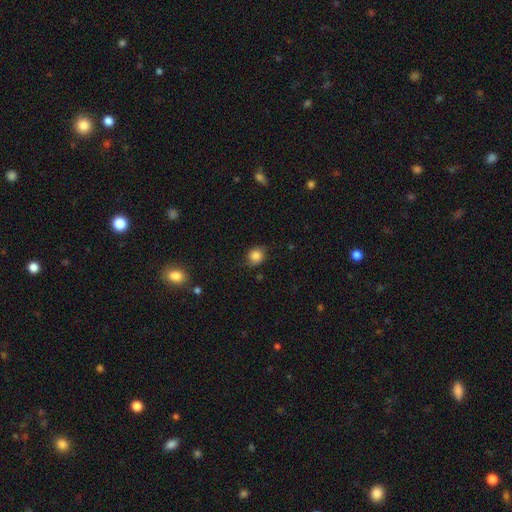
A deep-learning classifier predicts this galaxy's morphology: type=smooth (82%); roundness=round (75%); merging=none (74%).